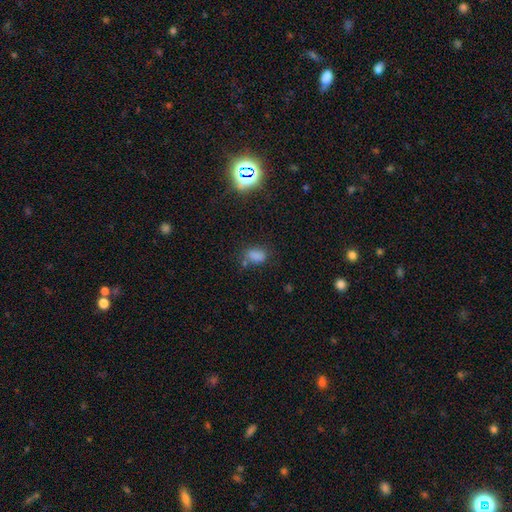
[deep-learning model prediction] Overall: smooth (75%). How rounded: in between (80%). Merging: none (61%; minor disturbance 22%).